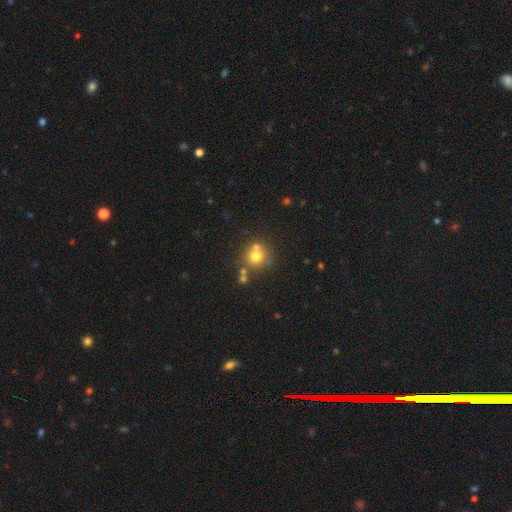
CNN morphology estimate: This is likely a smooth galaxy (72%). How rounded: clearly round (88%). Merging: possibly none (59%).